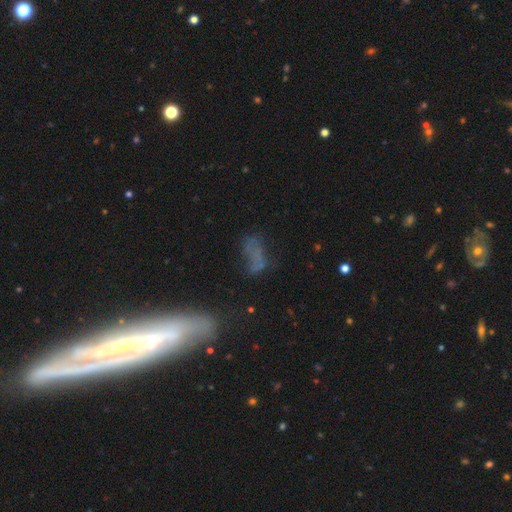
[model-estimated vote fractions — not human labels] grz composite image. It shows a smooth galaxy with no disk features (47%). Merging: none (39%).